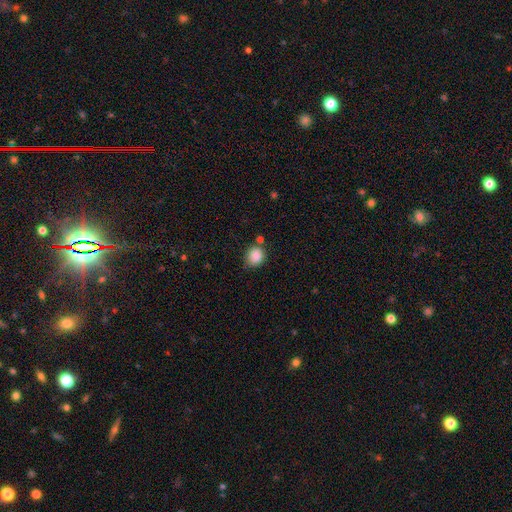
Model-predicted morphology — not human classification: smooth-or-featured: smooth: 88% | star or artifact: 9% | featured or disk: 4%
  how-rounded: round: 70% | in between: 29% | cigar-shaped: 1%
  merging: none: 72% | minor disturbance: 16% | merger: 8% | major disturbance: 4%